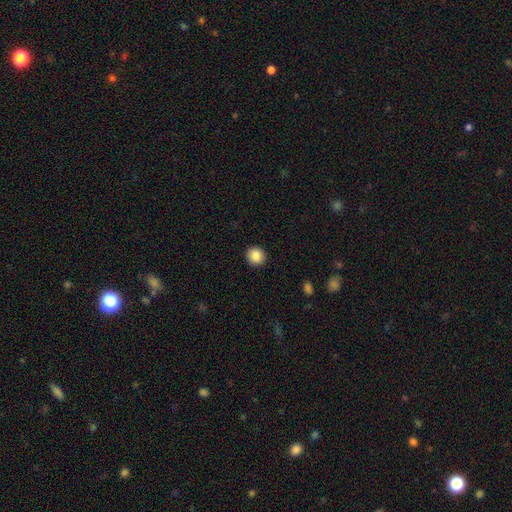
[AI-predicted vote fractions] Q: Smooth or featured?
A: smooth (87%); runner-up: star or artifact (9%)
Q: How rounded?
A: round (90%); runner-up: in between (9%)
Q: Merging?
A: none (92%); runner-up: minor disturbance (5%)